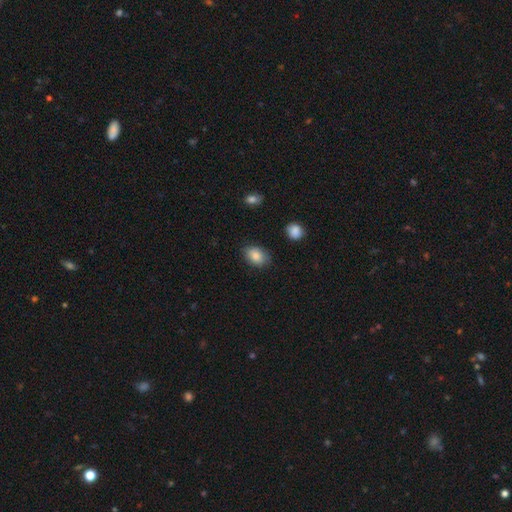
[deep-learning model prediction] A smooth galaxy with no disk features (85%) that is in between round and cigar-shaped (75%).

Vote fractions:
- Smooth or featured? smooth: 85% / star or artifact: 8% / featured or disk: 7%
- How rounded? in between: 75% / round: 24% / cigar-shaped: 1%
- Merging? none: 80% / minor disturbance: 15% / major disturbance: 3% / merger: 2%